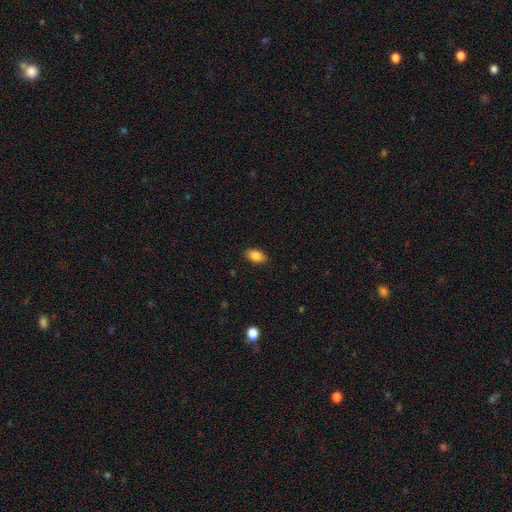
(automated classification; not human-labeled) The model was most divided on "smooth or featured": smooth: 86%, star or artifact: 8%, featured or disk: 6%. More confident: how rounded — in between (91%); merging — none (88%).